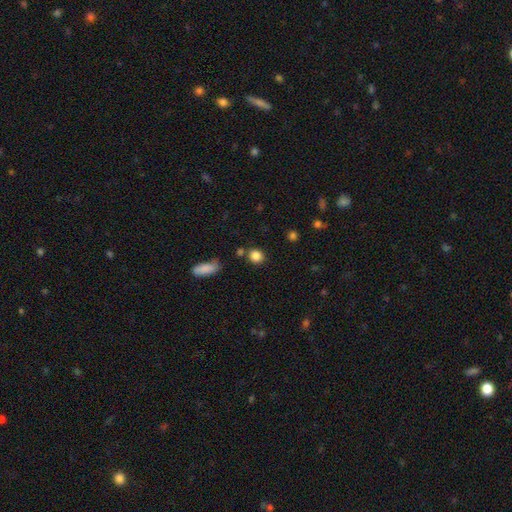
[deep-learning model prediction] Smooth or featured?
  - smooth: 85% *
  - star or artifact: 11%
  - featured or disk: 4%
How rounded?
  - round: 82% *
  - in between: 16%
  - cigar-shaped: 1%
Merging?
  - none: 77% *
  - minor disturbance: 11%
  - merger: 8%
  - major disturbance: 4%